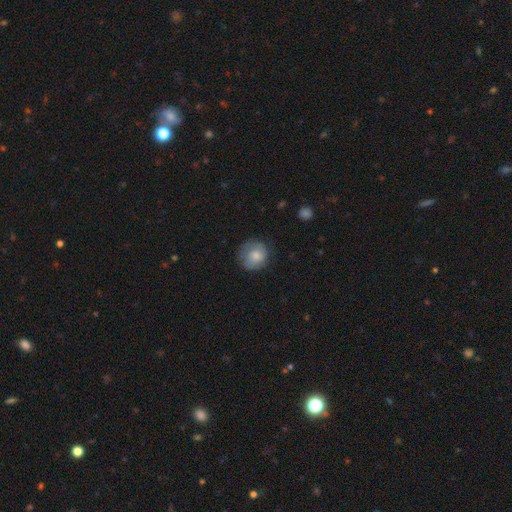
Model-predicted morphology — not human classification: Smooth or featured? smooth (77%)
How rounded? round (87%)
Merging? none (72%)